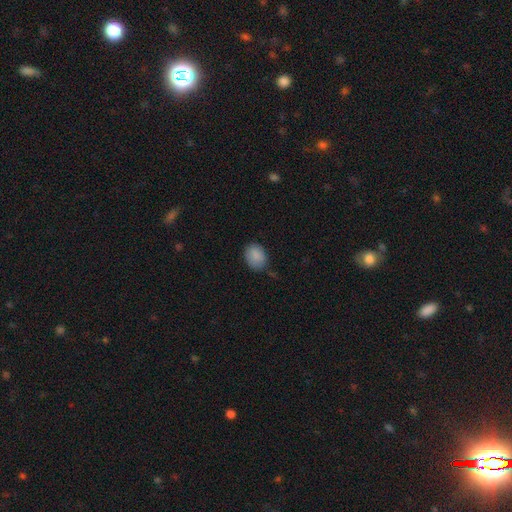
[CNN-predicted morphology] This appears to be a smooth galaxy with no disk features (87%) that is in between round and cigar-shaped (66%). Merging: none (71%).